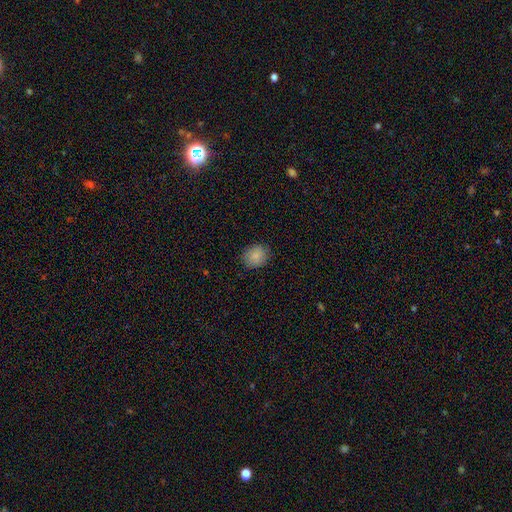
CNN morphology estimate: type=smooth (86%); roundness=round (69%); merging=none (87%).